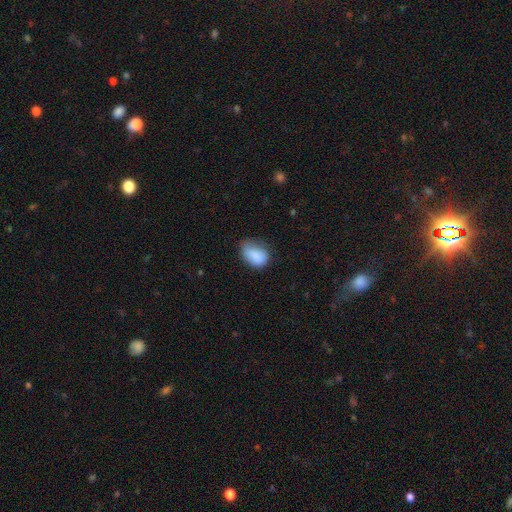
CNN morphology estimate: smooth-or-featured: smooth: 85% | featured or disk: 8% | star or artifact: 7%
  how-rounded: in between: 82% | round: 17% | cigar-shaped: 1%
  merging: none: 47% | minor disturbance: 39% | major disturbance: 12% | merger: 2%